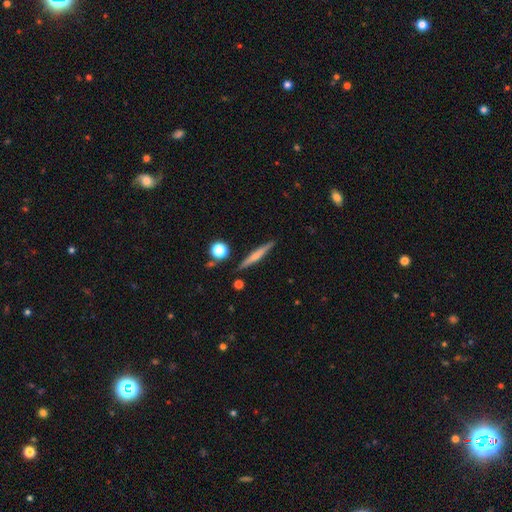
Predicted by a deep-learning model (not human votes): smooth_or_featured: featured or disk (p=0.49) [alt: smooth p=0.44]
merging: none (p=0.87) [alt: minor disturbance p=0.08]